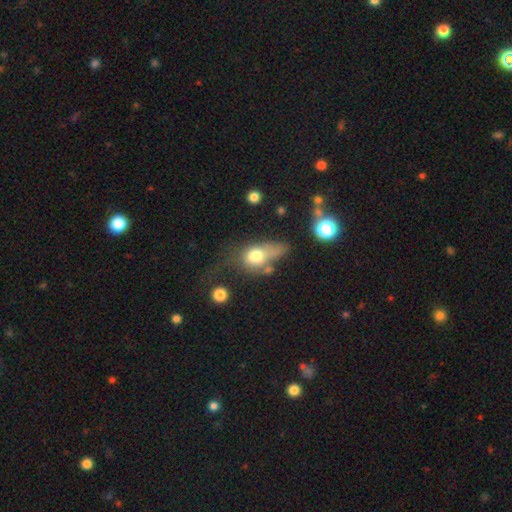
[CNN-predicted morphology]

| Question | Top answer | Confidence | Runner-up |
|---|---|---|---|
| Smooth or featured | smooth | 69% | featured or disk (20%) |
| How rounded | in between | 58% | round (35%) |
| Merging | major disturbance | 37% | none (23%) |